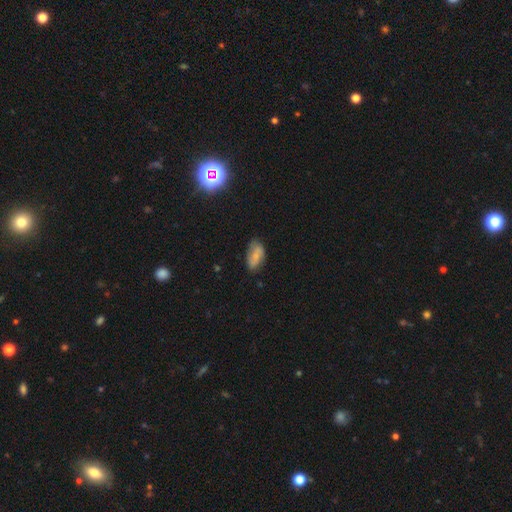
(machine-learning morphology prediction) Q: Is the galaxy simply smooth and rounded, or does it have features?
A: smooth — 69%.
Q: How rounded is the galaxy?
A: in between — 92%.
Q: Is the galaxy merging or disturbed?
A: none — 65%.